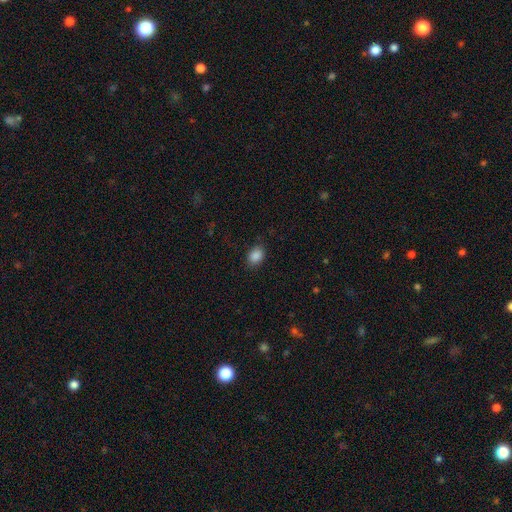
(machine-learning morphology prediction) Smooth or featured: smooth — 87% (star or artifact — 9%)
How rounded: in between — 73% (round — 26%)
Merging: none — 84% (minor disturbance — 12%)